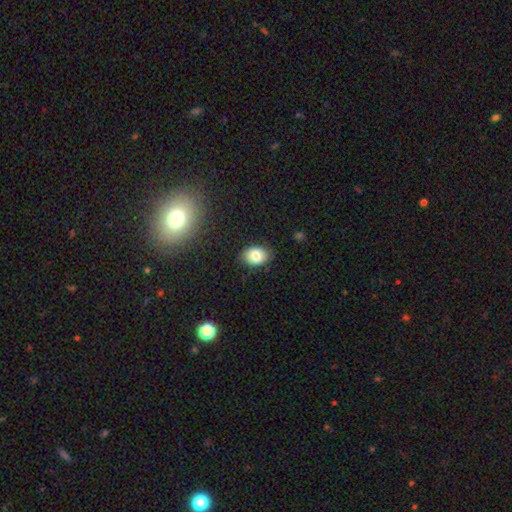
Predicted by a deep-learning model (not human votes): Smooth or featured: smooth — 80% (featured or disk — 11%)
How rounded: in between — 74% (round — 25%)
Merging: none — 83% (minor disturbance — 14%)